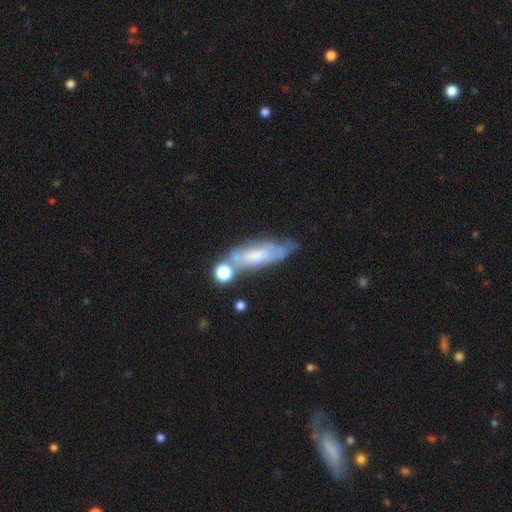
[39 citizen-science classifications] Smooth or featured?
  - featured or disk: 51% *
  - smooth: 46%
  - star or artifact: 3%
Edge-on disk?
  - no: 80% *
  - yes: 20%
Bar?
  - no: 62% *
  - weak: 31%
  - strong: 6%
Spiral arms?
  - no: 62% *
  - yes: 38%
Bulge size?
  - small: 44% *
  - moderate: 38%
  - none: 12%
  - dominant: 6%
  - large: 0%
Merging?
  - none: 34% *
  - minor disturbance: 26%
  - merger: 26%
  - major disturbance: 13%